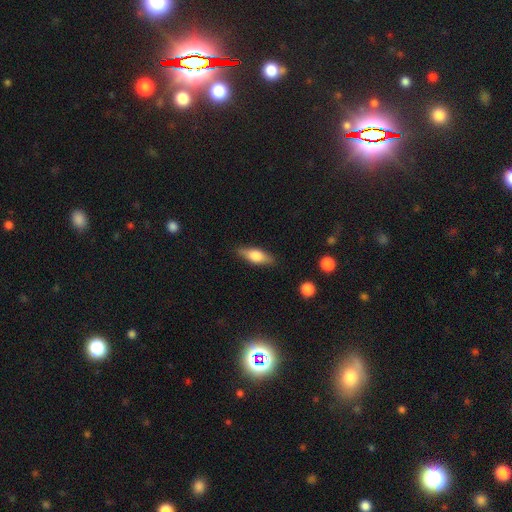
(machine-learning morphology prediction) The model was most divided on "smooth or featured": smooth: 53%, featured or disk: 40%, star or artifact: 7%. More confident: merging — none (84%); how rounded — in between (62%).